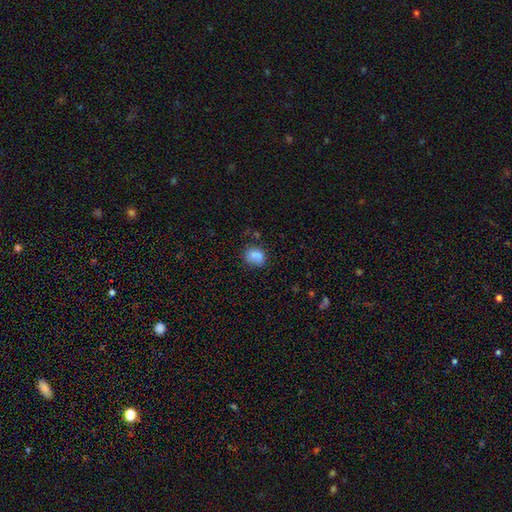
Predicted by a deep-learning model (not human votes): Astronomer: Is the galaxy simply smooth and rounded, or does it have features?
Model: smooth — 78%.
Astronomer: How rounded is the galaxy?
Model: round — 61% (runner-up: in between, 38%).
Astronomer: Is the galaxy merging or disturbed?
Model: none — 57%.